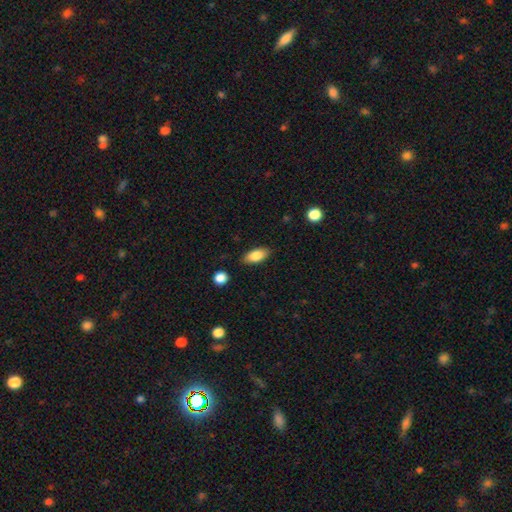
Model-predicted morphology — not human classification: type=smooth (85%); roundness=in between (88%); merging=none (85%).